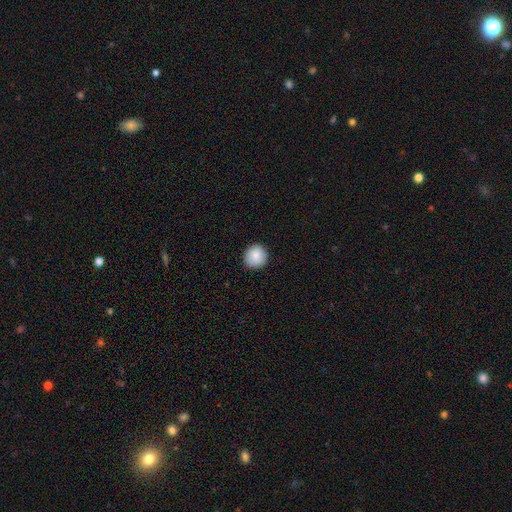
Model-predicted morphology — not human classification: Smooth or featured?
  - smooth: 86% *
  - star or artifact: 8%
  - featured or disk: 6%
How rounded?
  - round: 92% *
  - in between: 7%
  - cigar-shaped: 1%
Merging?
  - none: 90% *
  - minor disturbance: 8%
  - major disturbance: 2%
  - merger: 1%